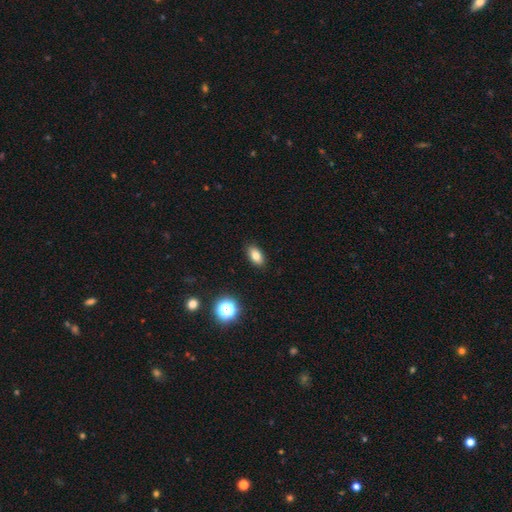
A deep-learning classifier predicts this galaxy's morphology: Smooth or featured?
  - smooth: 80% *
  - star or artifact: 11%
  - featured or disk: 9%
How rounded?
  - in between: 90% *
  - round: 7%
  - cigar-shaped: 4%
Merging?
  - none: 89% *
  - minor disturbance: 8%
  - major disturbance: 2%
  - merger: 1%